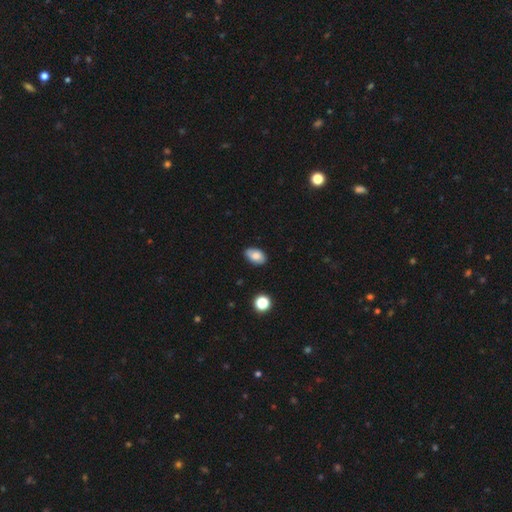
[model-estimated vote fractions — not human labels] smooth_or_featured: smooth (p=0.77) [alt: featured or disk p=0.14]
how_rounded: in between (p=0.90) [alt: round p=0.08]
merging: none (p=0.77) [alt: minor disturbance p=0.18]